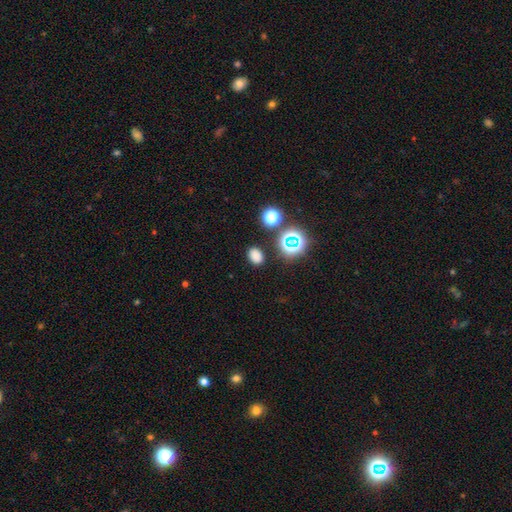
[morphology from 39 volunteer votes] Smooth or featured?
  - smooth: 90% *
  - star or artifact: 8%
  - featured or disk: 3%
How rounded?
  - in between: 80% *
  - round: 20%
  - cigar-shaped: 0%
Merging?
  - none: 94% *
  - major disturbance: 3%
  - merger: 3%
  - minor disturbance: 0%